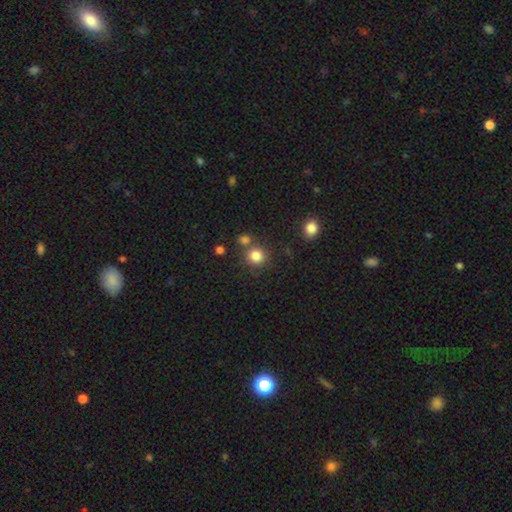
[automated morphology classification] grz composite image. It shows a smooth galaxy with no disk features (83%) that is round (90%). Merging: none (74%).